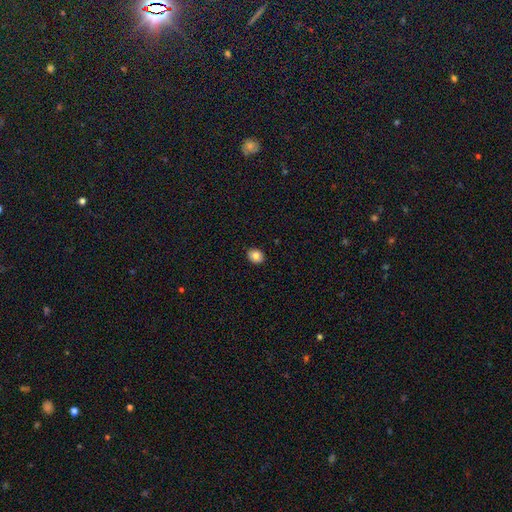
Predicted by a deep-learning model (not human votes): Morphology: type=smooth (81%); roundness=round (59%); merging=none (89%).